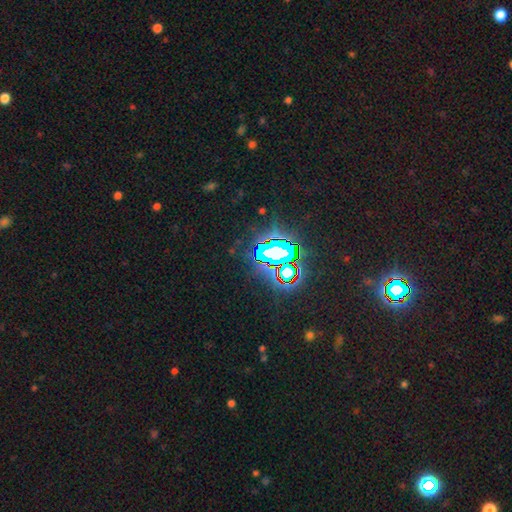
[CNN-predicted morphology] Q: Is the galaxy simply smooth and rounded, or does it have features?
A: star or artifact — 79%.